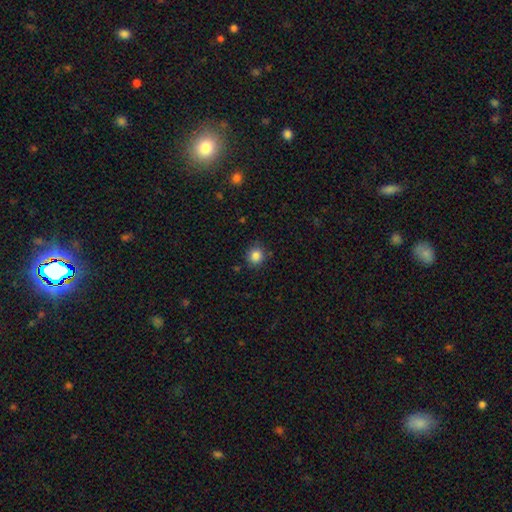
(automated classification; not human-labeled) The model was most divided on "smooth or featured": smooth: 85%, star or artifact: 11%, featured or disk: 4%. More confident: how rounded — round (89%); merging — none (86%).